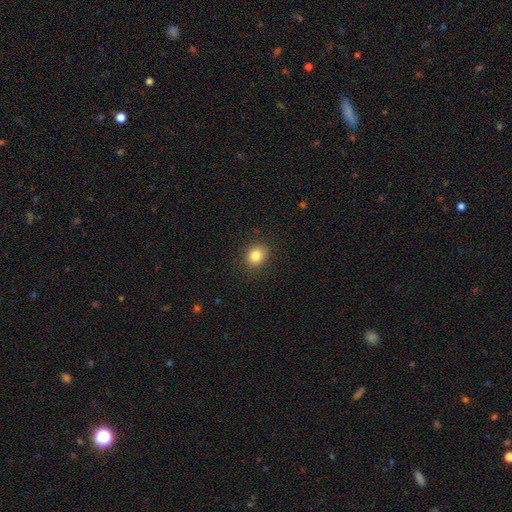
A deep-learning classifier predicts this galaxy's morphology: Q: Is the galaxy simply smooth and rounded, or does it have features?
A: smooth — 83%.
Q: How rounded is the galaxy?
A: round — 69%.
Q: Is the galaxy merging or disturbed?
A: none — 88%.